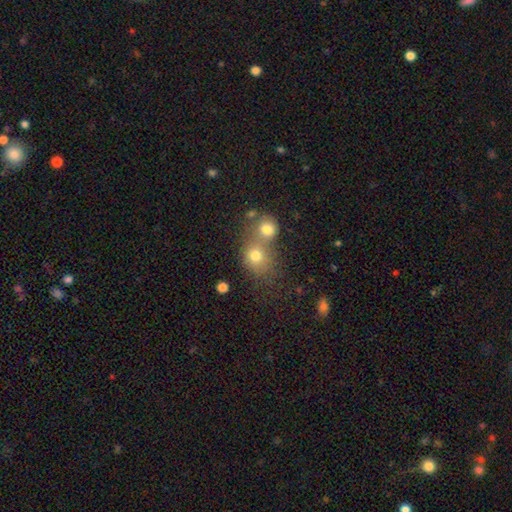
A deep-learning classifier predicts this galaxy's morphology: Smooth or featured? smooth (75%)
How rounded? round (75%)
Merging? merger (55%)